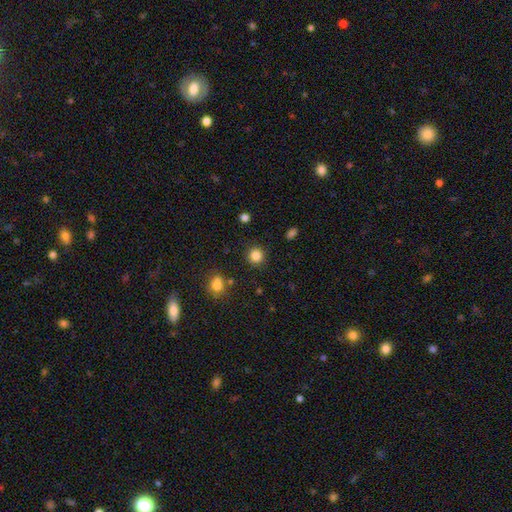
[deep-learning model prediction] This is clearly a smooth galaxy (84%). How rounded: clearly round (92%). Merging: clearly none (90%).